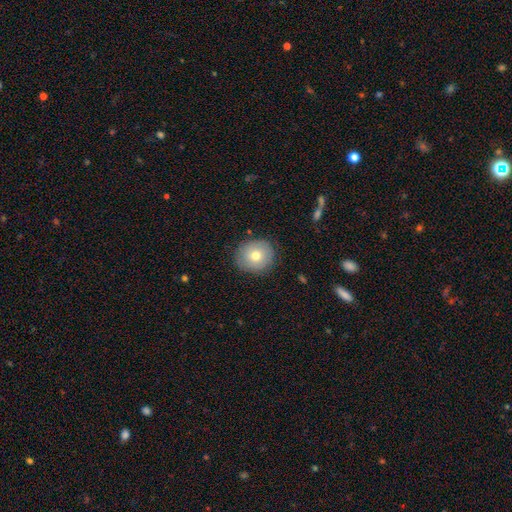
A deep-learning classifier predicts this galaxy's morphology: Smooth or featured? smooth (72%)
How rounded? round (86%)
Merging? none (85%)